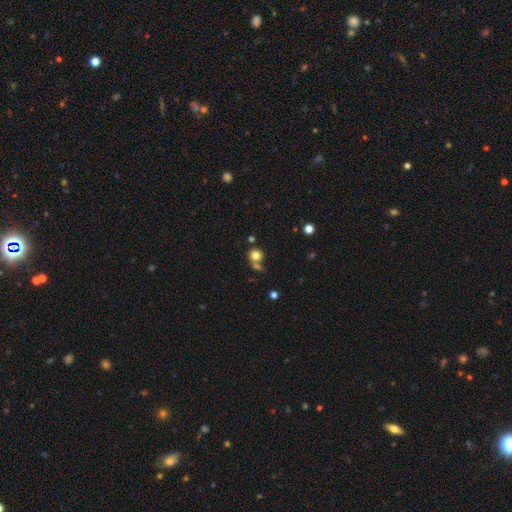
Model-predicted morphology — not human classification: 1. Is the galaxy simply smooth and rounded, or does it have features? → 80% smooth, 11% star or artifact, 9% featured or disk.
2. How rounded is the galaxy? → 84% round, 15% in between, 1% cigar-shaped.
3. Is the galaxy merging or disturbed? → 52% none, 32% merger, 11% minor disturbance, 6% major disturbance.